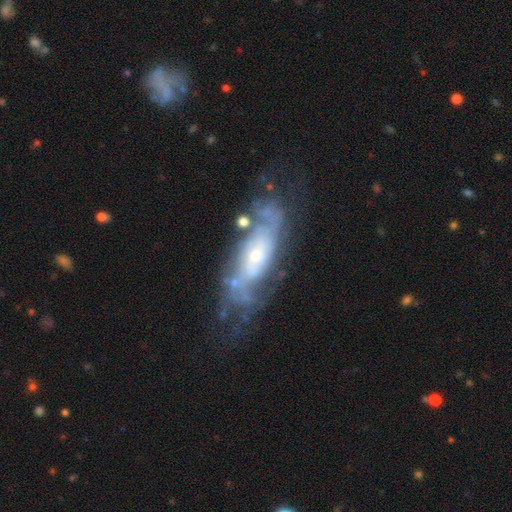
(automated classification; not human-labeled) The model was most divided on "bulge size": small: 52%, moderate: 39%, large: 5%, none: 3%, dominant: 1%. More confident: edge-on disk — no (86%); spiral arms — yes (82%); smooth or featured — featured or disk (78%); bar — no (68%); merging — none (60%); spiral arm count — can't tell (56%); spiral winding — tight (55%).